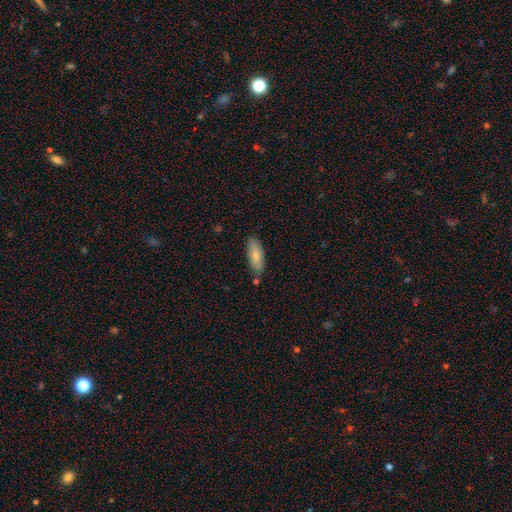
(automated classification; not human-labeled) The model was most divided on "how rounded": in between: 76%, cigar-shaped: 22%, round: 2%. More confident: smooth or featured — smooth (79%); merging — none (76%).